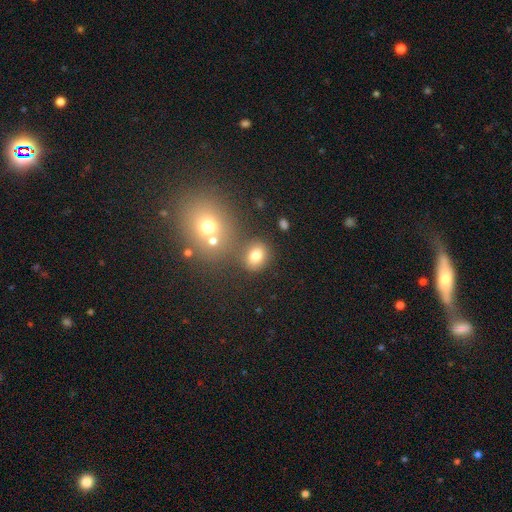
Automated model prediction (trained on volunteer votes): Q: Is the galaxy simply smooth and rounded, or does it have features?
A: smooth — 76%.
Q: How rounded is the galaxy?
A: in between — 52%.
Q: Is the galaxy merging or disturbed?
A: none — 72%.